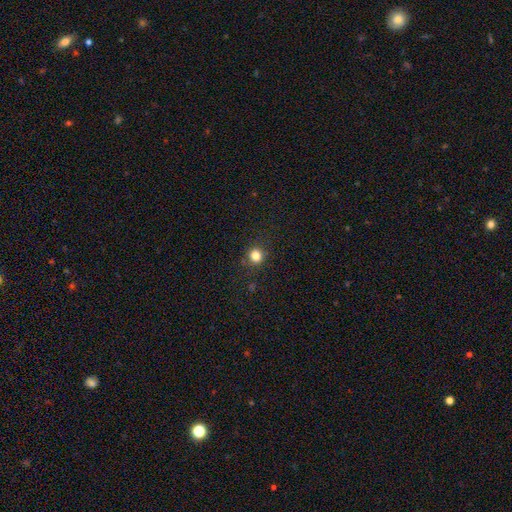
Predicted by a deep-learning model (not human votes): Smooth or featured: smooth — 82% (star or artifact — 13%)
How rounded: round — 89% (in between — 10%)
Merging: none — 88% (minor disturbance — 8%)